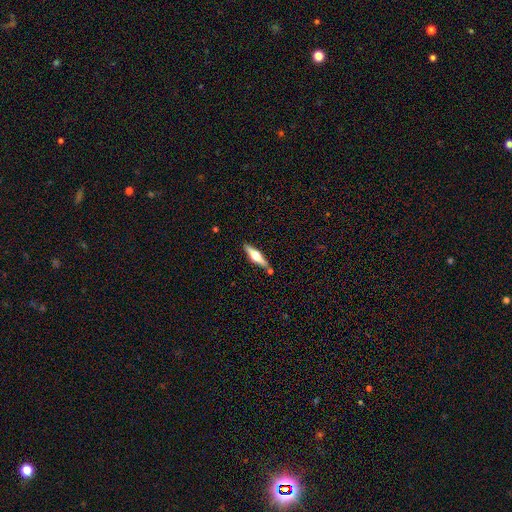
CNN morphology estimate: Smooth or featured: featured or disk — 58% (smooth — 37%)
Edge-on disk: yes — 94% (no — 6%)
Edge-on bulge: rounded — 95% (boxy — 3%)
Merging: none — 82% (minor disturbance — 10%)